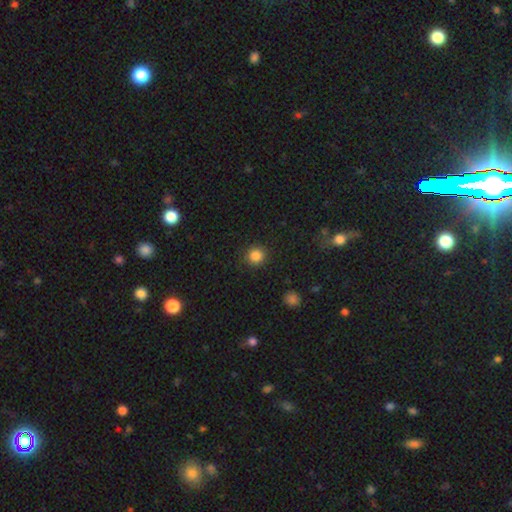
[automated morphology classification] Smooth or featured? Predicted: smooth (p=0.85). How rounded? Predicted: round (p=0.93). Merging? Predicted: none (p=0.90).